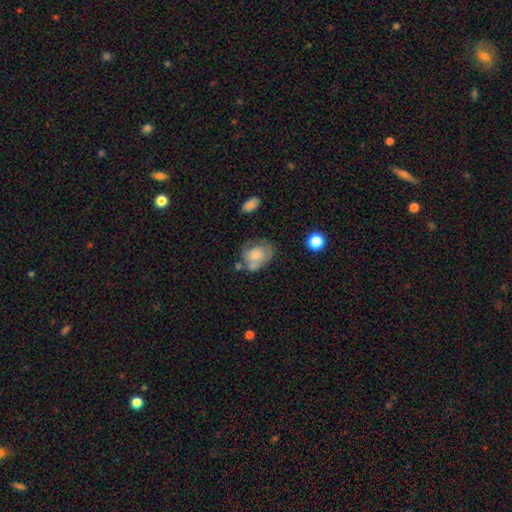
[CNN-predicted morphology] The model was most divided on "merging": none: 41%, minor disturbance: 28%, major disturbance: 19%, merger: 13%. More confident: how rounded — in between (59%); smooth or featured — smooth (57%).